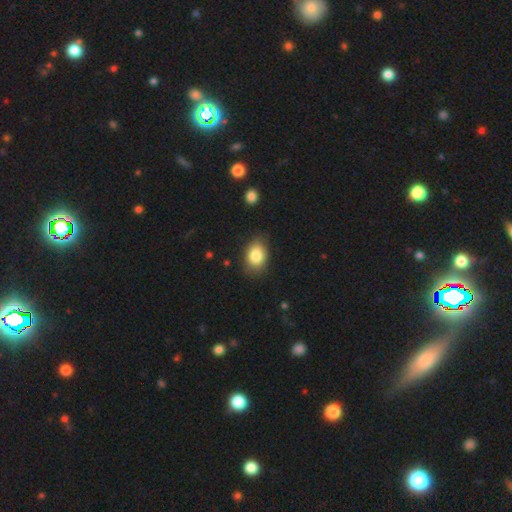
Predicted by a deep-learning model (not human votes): The model was most divided on "how rounded": in between: 74%, round: 25%, cigar-shaped: 1%. More confident: smooth or featured — smooth (83%); merging — none (78%).